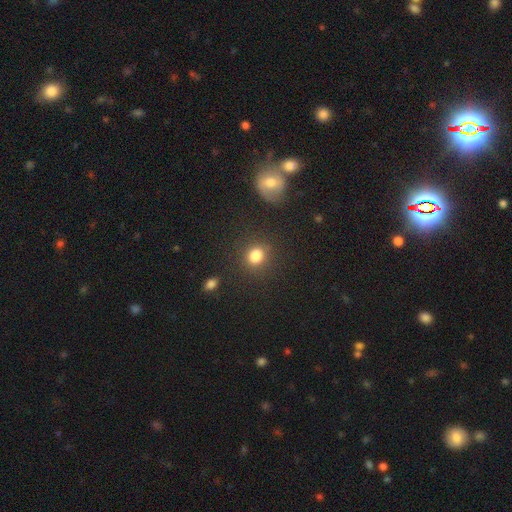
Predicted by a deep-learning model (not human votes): Q: Smooth or featured?
A: smooth (84%); runner-up: star or artifact (11%)
Q: How rounded?
A: round (75%); runner-up: in between (23%)
Q: Merging?
A: none (82%); runner-up: minor disturbance (10%)